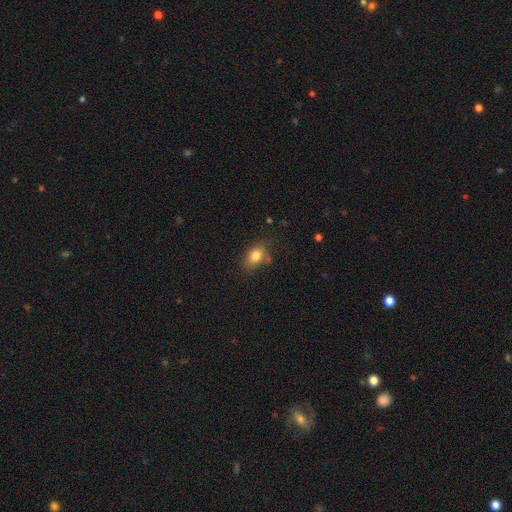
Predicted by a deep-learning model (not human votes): smooth 81%, star or artifact 10%, featured or disk 9%. Down the decision tree: how rounded — in between (76%); merging — none (70%).